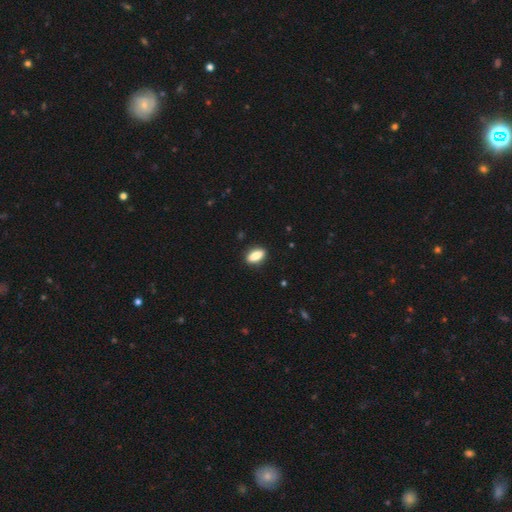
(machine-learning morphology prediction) Smooth or featured? smooth (84%)
How rounded? in between (79%)
Merging? none (88%)